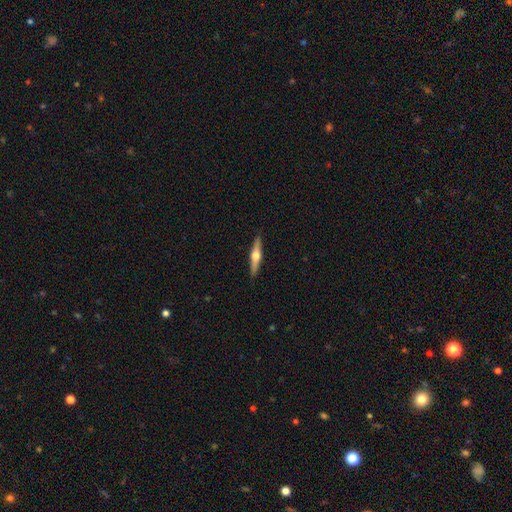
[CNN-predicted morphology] This is likely a featured or disk galaxy (65%). It is clearly viewed edge-on (97%). Edge-on bulge: clearly rounded (95%). Merging: clearly none (91%).